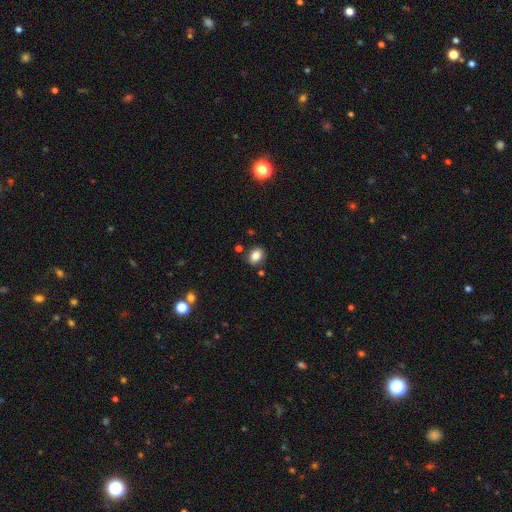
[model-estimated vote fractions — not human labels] Smooth or featured? smooth (82%)
How rounded? in between (63%)
Merging? none (82%)